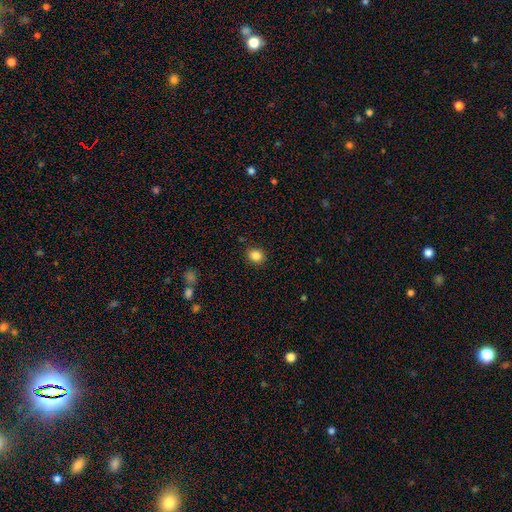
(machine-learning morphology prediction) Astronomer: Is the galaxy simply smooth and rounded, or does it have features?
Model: smooth — 85%.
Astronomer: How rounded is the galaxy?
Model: round — 67%.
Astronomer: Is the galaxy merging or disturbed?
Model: none — 88%.